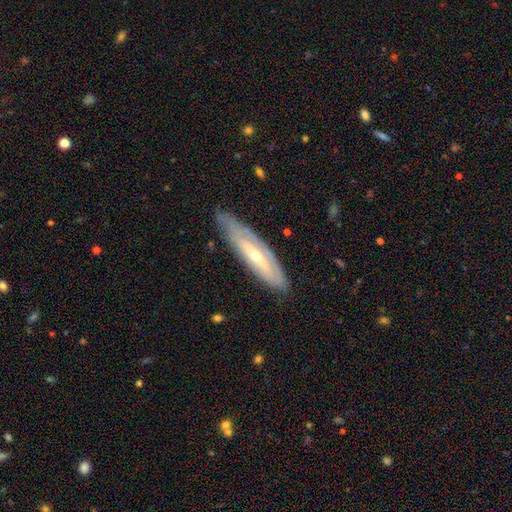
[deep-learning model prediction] This is likely a featured or disk galaxy (67%). It is likely not viewed edge-on (61%). Merging: likely none (67%).